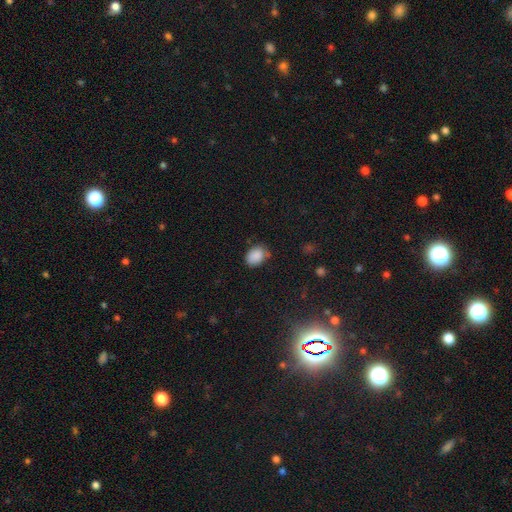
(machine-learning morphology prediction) Q: Smooth or featured?
A: smooth (87%); runner-up: star or artifact (8%)
Q: How rounded?
A: in between (75%); runner-up: round (24%)
Q: Merging?
A: none (64%); runner-up: minor disturbance (27%)